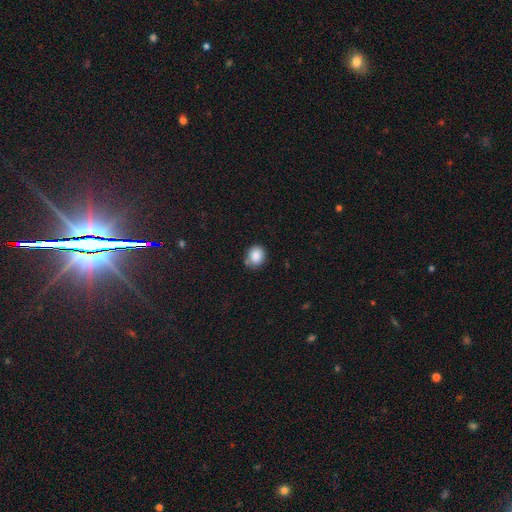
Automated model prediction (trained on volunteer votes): Smooth or featured? Predicted: smooth (p=0.86). How rounded? Predicted: round (p=0.69). Merging? Predicted: none (p=0.72).